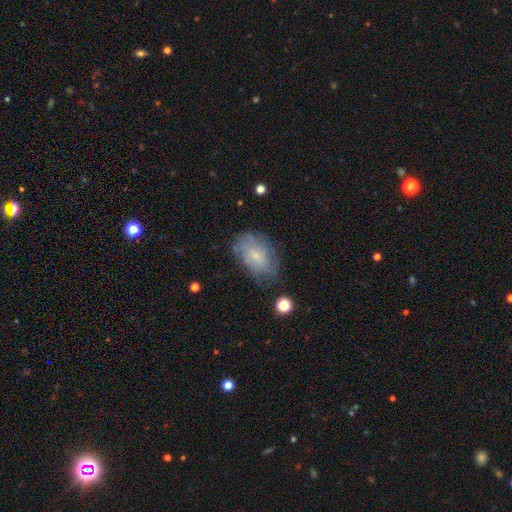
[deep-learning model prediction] Q: Smooth or featured?
A: featured or disk (48%); runner-up: smooth (43%)
Q: Merging?
A: none (62%); runner-up: minor disturbance (25%)